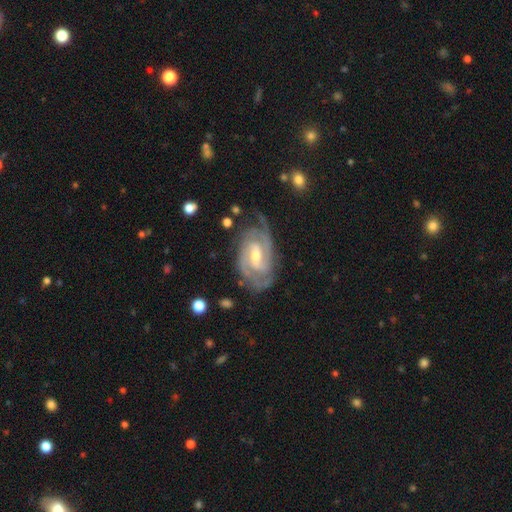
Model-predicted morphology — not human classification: Smooth or featured? Predicted: featured or disk (p=0.91). Edge-on disk? Predicted: no (p=0.97). Bar? Predicted: weak (p=0.52). Spiral arms? Predicted: yes (p=0.98). Spiral winding? Predicted: tight (p=0.57). Spiral arm count? Predicted: 2 (p=0.65). Bulge size? Predicted: moderate (p=0.55). Merging? Predicted: none (p=0.72).